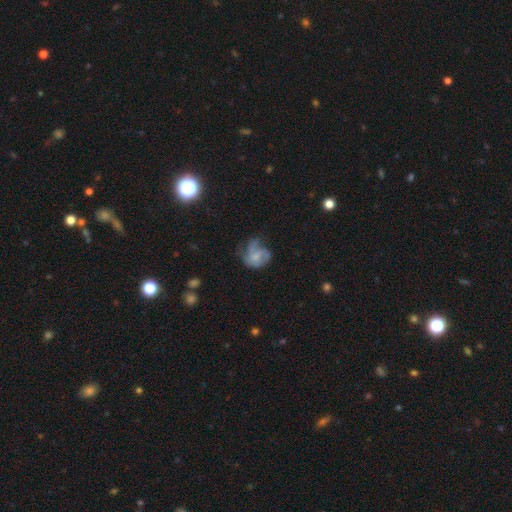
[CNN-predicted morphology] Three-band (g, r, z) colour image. It shows a featured or disk galaxy (46%). Merging: major disturbance (35%).